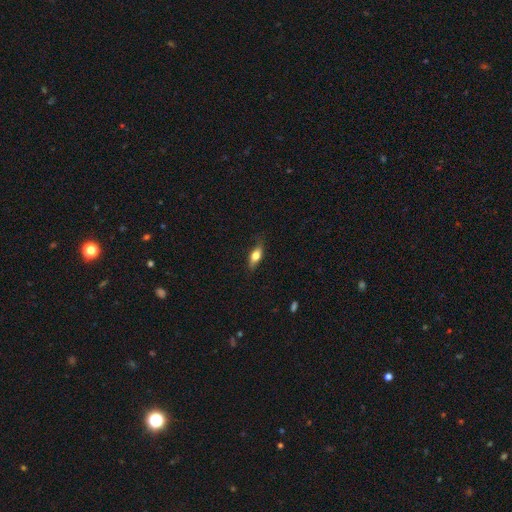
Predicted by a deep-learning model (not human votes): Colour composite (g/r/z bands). It shows a smooth galaxy with no disk features (68%) that is in between round and cigar-shaped (71%). Merging: none (79%).